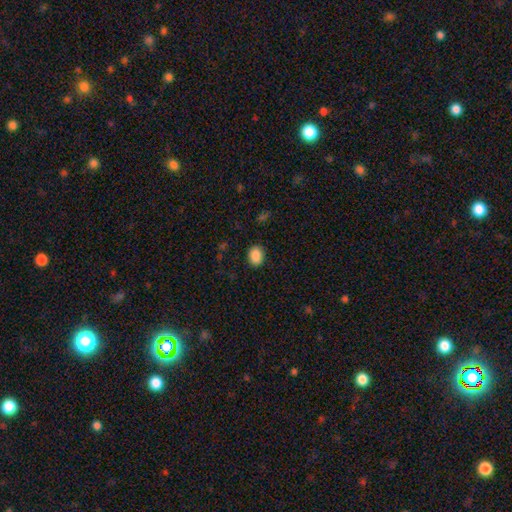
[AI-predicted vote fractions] Q: Smooth or featured?
A: smooth (89%); runner-up: star or artifact (8%)
Q: How rounded?
A: in between (64%); runner-up: round (36%)
Q: Merging?
A: none (87%); runner-up: minor disturbance (9%)